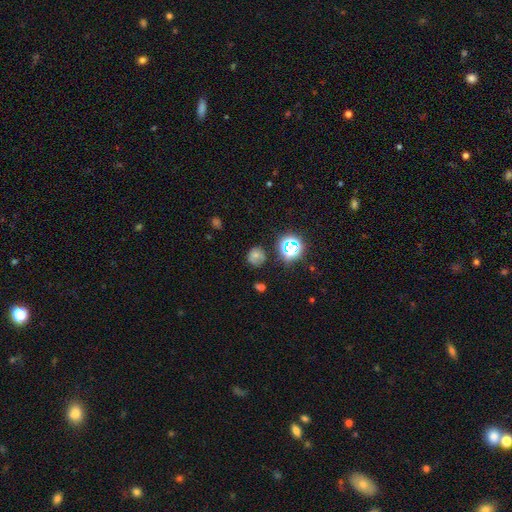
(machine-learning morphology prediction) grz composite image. It shows a smooth galaxy with no disk features (61%) that is round (82%). Merging: none (72%).